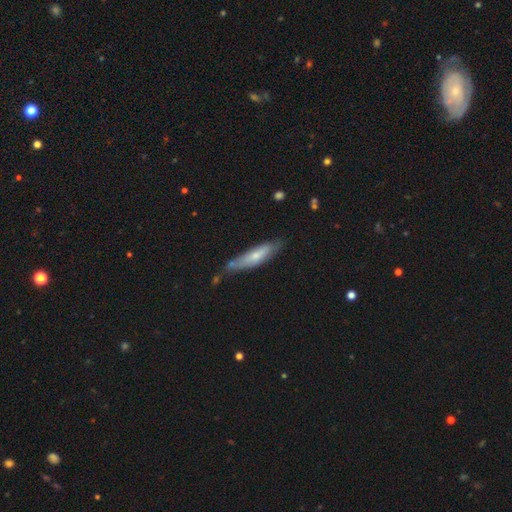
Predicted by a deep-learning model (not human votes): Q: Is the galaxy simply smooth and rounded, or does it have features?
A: smooth — 55%.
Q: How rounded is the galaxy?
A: cigar-shaped — 73%.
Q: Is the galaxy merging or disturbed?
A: none — 63%.